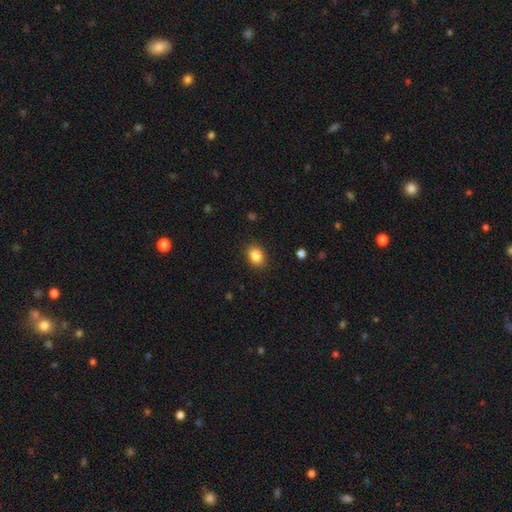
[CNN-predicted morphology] Smooth or featured? smooth (86%)
How rounded? in between (63%)
Merging? none (88%)